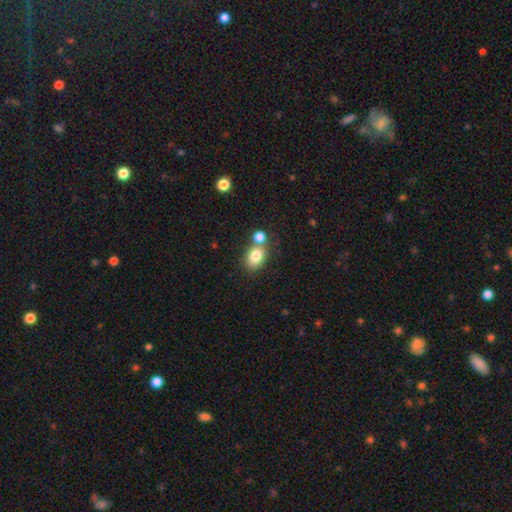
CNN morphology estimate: smooth-or-featured: smooth: 81% | featured or disk: 10% | star or artifact: 9%
  how-rounded: in between: 64% | round: 34% | cigar-shaped: 1%
  merging: none: 51% | merger: 34% | minor disturbance: 11% | major disturbance: 4%